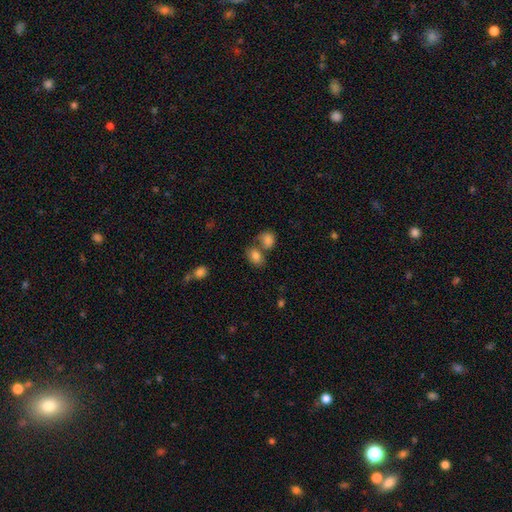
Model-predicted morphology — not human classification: Q: Smooth or featured?
A: smooth (82%); runner-up: star or artifact (9%)
Q: How rounded?
A: in between (75%); runner-up: round (23%)
Q: Merging?
A: none (47%); runner-up: merger (36%)